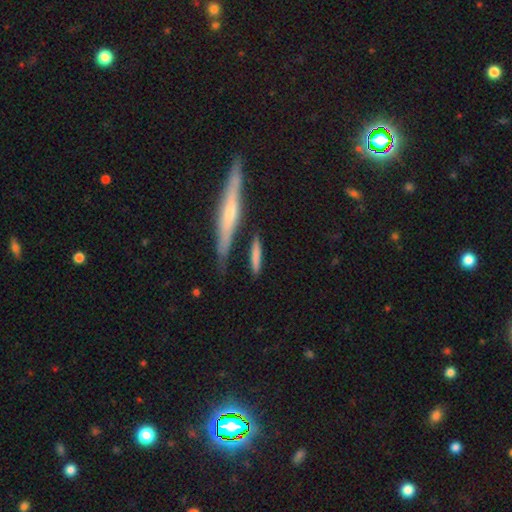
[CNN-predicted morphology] smooth-or-featured: smooth: 72% | featured or disk: 22% | star or artifact: 6%
  how-rounded: cigar-shaped: 84% | in between: 13% | round: 3%
  merging: none: 73% | minor disturbance: 15% | merger: 7% | major disturbance: 4%